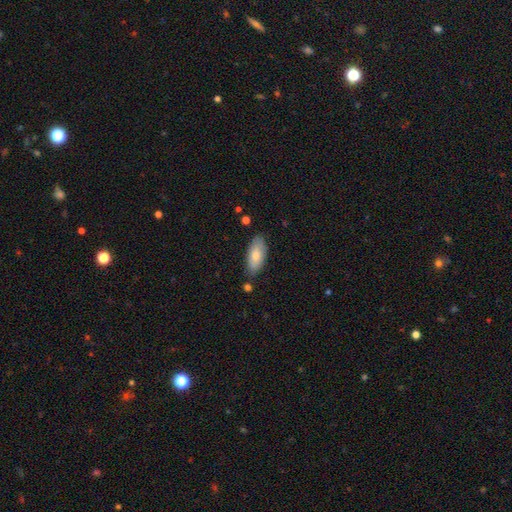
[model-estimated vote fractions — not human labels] Q: Smooth or featured?
A: smooth (77%); runner-up: featured or disk (17%)
Q: How rounded?
A: in between (87%); runner-up: cigar-shaped (11%)
Q: Merging?
A: none (78%); runner-up: minor disturbance (16%)